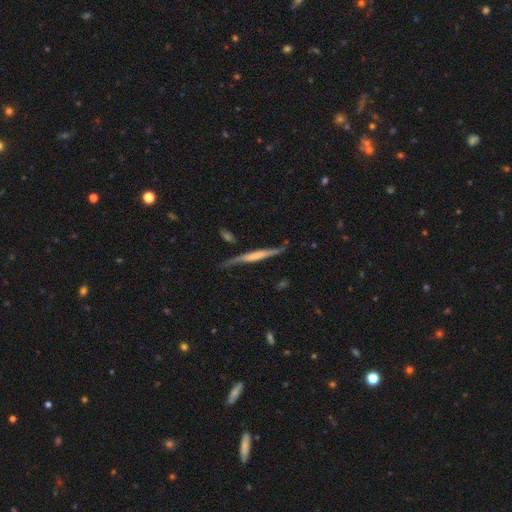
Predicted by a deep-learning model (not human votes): A featured or disk galaxy (60%) viewed edge-on (85%) with no central bulge (47%). Merging: none (60%).